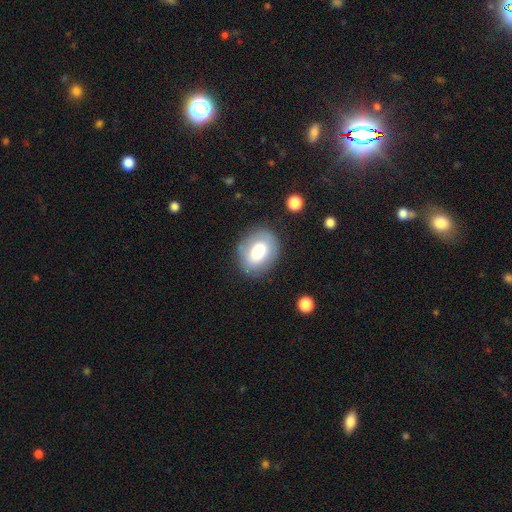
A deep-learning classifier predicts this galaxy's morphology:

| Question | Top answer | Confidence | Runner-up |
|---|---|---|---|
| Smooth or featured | smooth | 73% | featured or disk (19%) |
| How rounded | in between | 65% | round (34%) |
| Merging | none | 78% | minor disturbance (15%) |